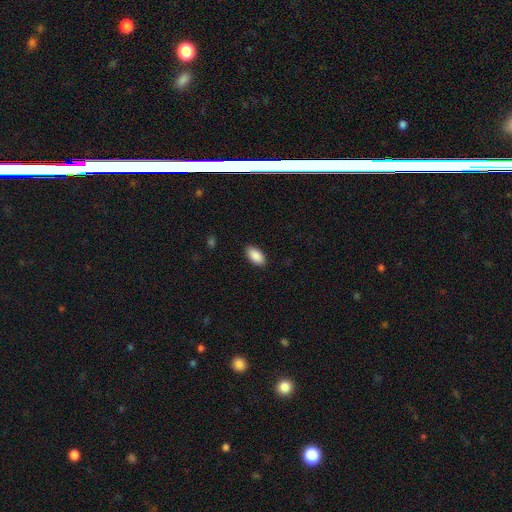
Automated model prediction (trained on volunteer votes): Morphology: type=smooth (90%); roundness=in between (95%); merging=none (88%).